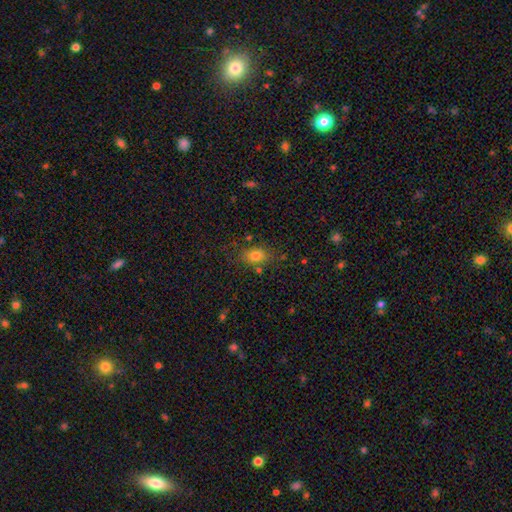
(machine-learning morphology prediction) Smooth or featured?
  - smooth: 80% *
  - star or artifact: 11%
  - featured or disk: 9%
How rounded?
  - in between: 79% *
  - round: 19%
  - cigar-shaped: 2%
Merging?
  - none: 73% *
  - minor disturbance: 16%
  - merger: 6%
  - major disturbance: 6%